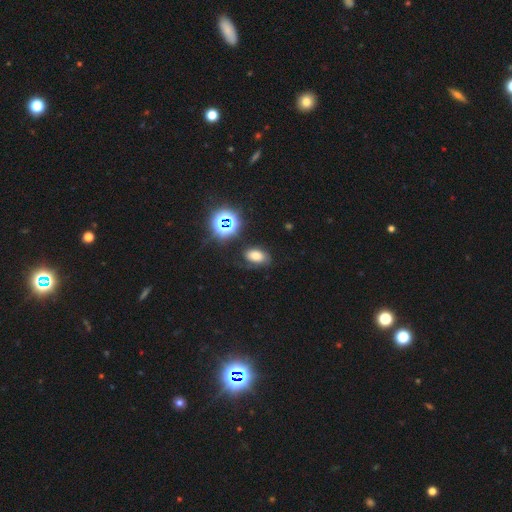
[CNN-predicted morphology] Smooth or featured?
  - smooth: 61% *
  - star or artifact: 24%
  - featured or disk: 15%
How rounded?
  - in between: 88% *
  - round: 10%
  - cigar-shaped: 2%
Merging?
  - none: 65% *
  - minor disturbance: 21%
  - major disturbance: 11%
  - merger: 3%